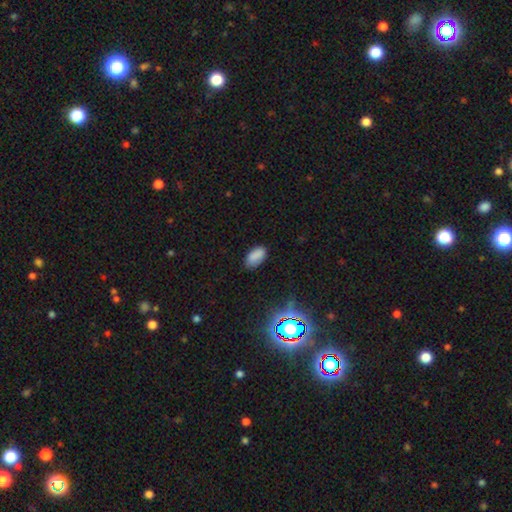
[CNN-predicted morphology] type=smooth (82%); roundness=in between (94%); merging=none (76%).